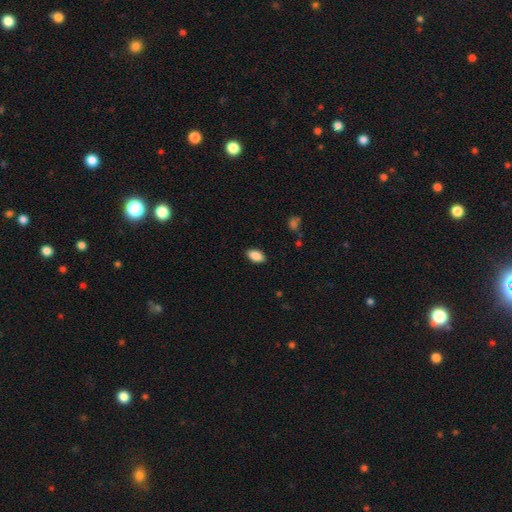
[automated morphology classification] A smooth galaxy with no disk features (88%) that is in between round and cigar-shaped (93%). Merging: none (87%).